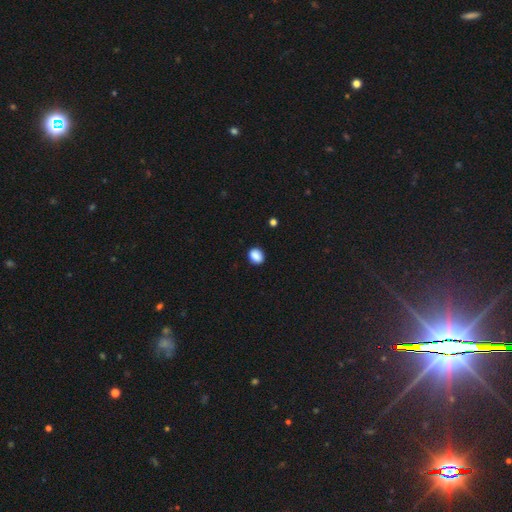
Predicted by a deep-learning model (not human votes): Overall: smooth (88%). How rounded: round (50%; in between 49%). Merging: none (88%).